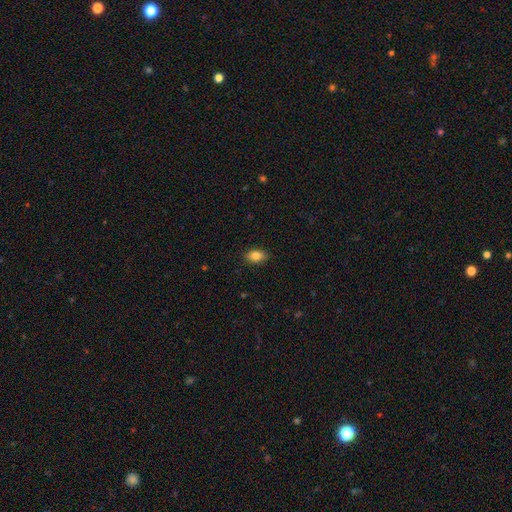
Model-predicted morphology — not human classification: A smooth galaxy with no disk features (84%) that is in between round and cigar-shaped (85%). Merging: none (88%).